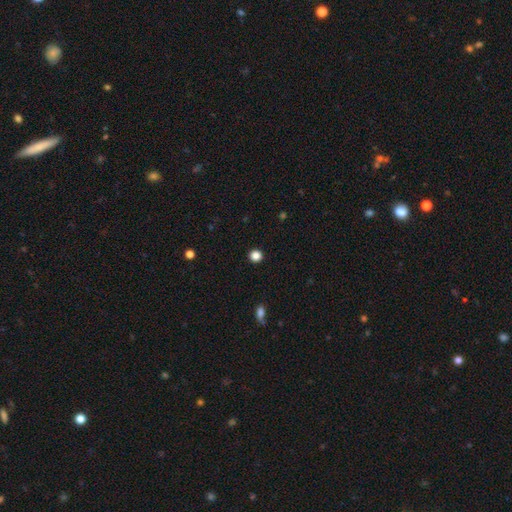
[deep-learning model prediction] Smooth or featured? Predicted: smooth (p=0.86). How rounded? Predicted: round (p=0.92). Merging? Predicted: none (p=0.93).